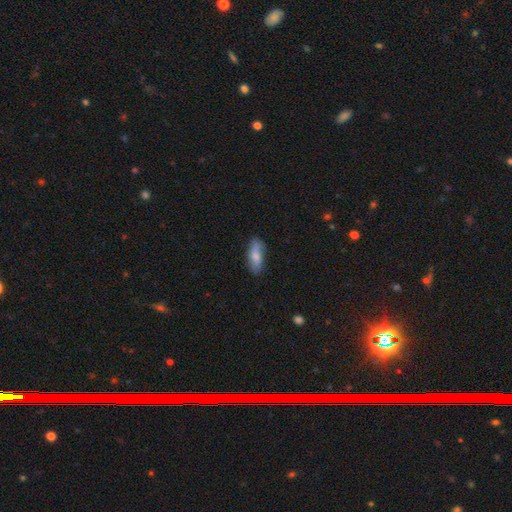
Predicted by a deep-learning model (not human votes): A smooth galaxy with no disk features (67%) that is in between round and cigar-shaped (74%). Merging: none (74%).